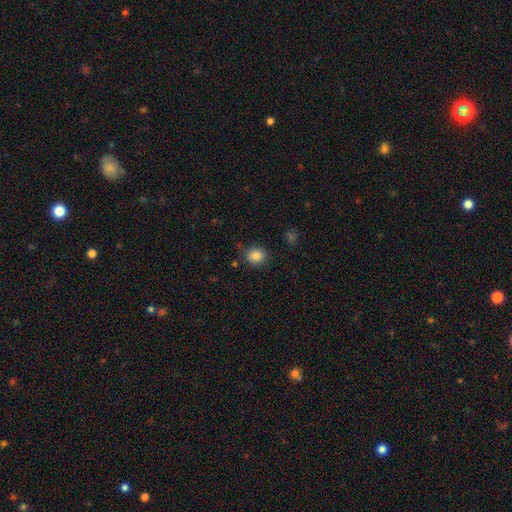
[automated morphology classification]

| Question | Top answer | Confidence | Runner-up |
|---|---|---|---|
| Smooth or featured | smooth | 86% | star or artifact (10%) |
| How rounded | round | 75% | in between (24%) |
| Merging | none | 82% | minor disturbance (12%) |